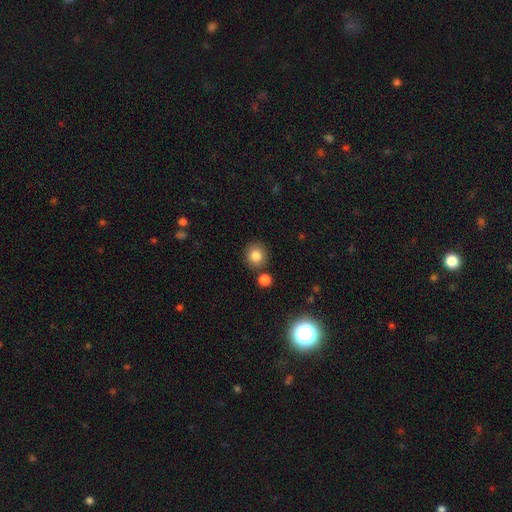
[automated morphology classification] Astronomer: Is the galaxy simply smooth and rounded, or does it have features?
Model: smooth — 83%.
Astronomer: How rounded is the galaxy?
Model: round — 84%.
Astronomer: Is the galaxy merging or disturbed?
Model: none — 82%.